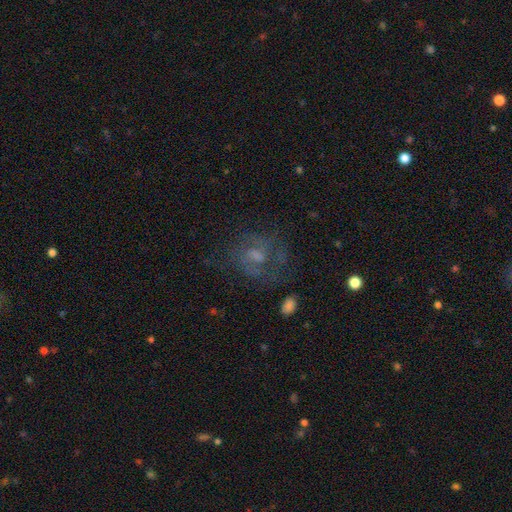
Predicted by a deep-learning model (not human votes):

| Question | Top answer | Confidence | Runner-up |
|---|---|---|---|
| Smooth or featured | featured or disk | 58% | smooth (27%) |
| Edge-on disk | no | 97% | yes (3%) |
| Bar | no | 55% | weak (38%) |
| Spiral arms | yes | 68% | no (32%) |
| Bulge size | moderate | 38% | small (28%) |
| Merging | none | 57% | major disturbance (22%) |